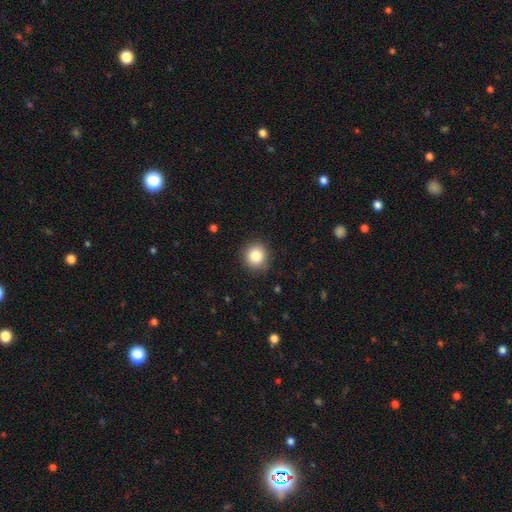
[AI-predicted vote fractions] A smooth galaxy with no disk features (84%) that is round (90%). Merging: none (88%).